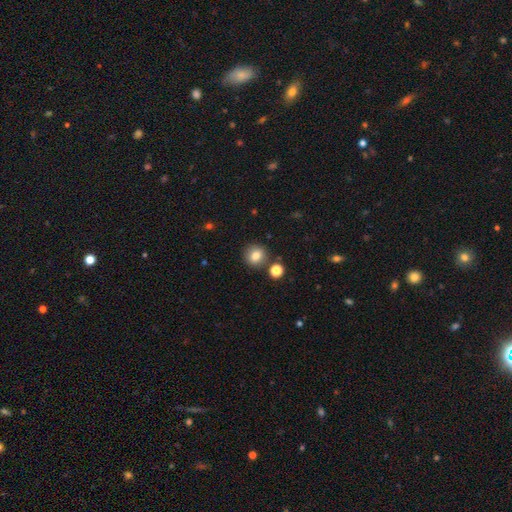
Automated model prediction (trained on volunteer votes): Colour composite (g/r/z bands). It shows a smooth galaxy with no disk features (81%) that is round (85%). Merging: none (83%).